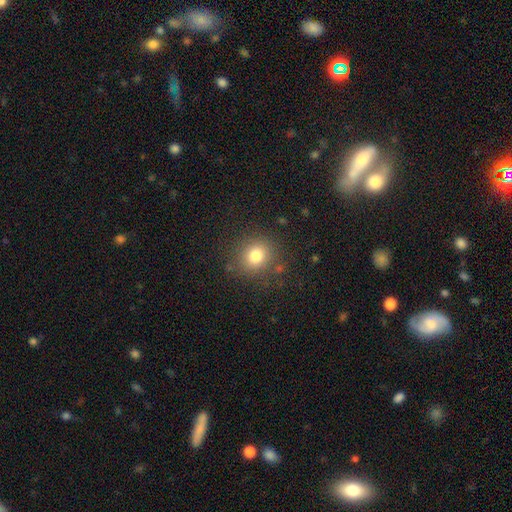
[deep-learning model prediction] smooth_or_featured: smooth (p=0.79) [alt: star or artifact p=0.13]
how_rounded: round (p=0.82) [alt: in between p=0.17]
merging: none (p=0.84) [alt: minor disturbance p=0.10]